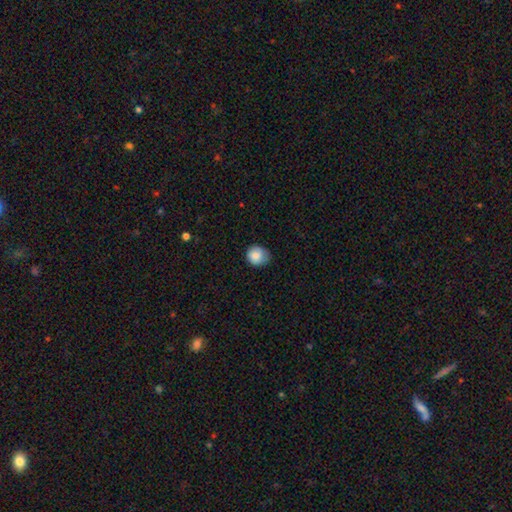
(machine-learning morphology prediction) A smooth galaxy with no disk features (85%) that is round (82%).

Vote fractions:
- Smooth or featured? smooth: 85% / star or artifact: 8% / featured or disk: 7%
- How rounded? round: 82% / in between: 17% / cigar-shaped: 1%
- Merging? none: 66% / minor disturbance: 28% / major disturbance: 5% / merger: 1%